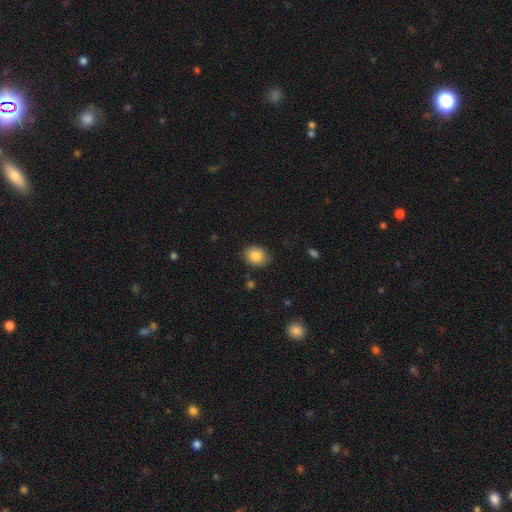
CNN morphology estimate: smooth 85%, star or artifact 8%, featured or disk 6%. Down the decision tree: how rounded — round (56%); merging — none (86%).